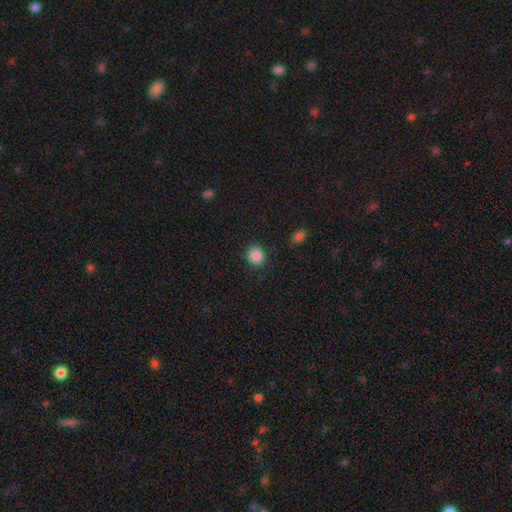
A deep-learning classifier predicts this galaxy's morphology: type=smooth (87%); roundness=round (83%); merging=none (88%).